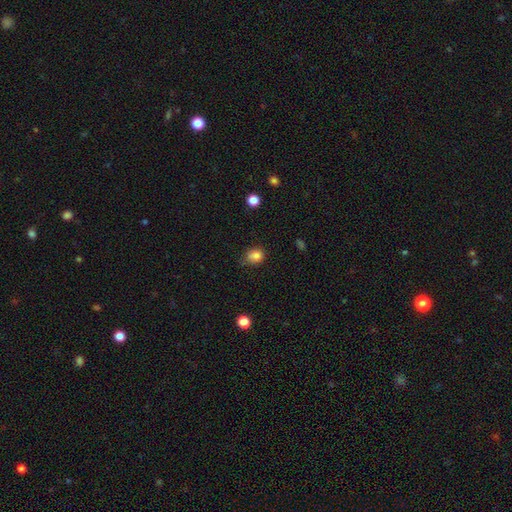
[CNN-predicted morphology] A smooth galaxy with no disk features (82%) that is round (57%). Merging: none (64%).